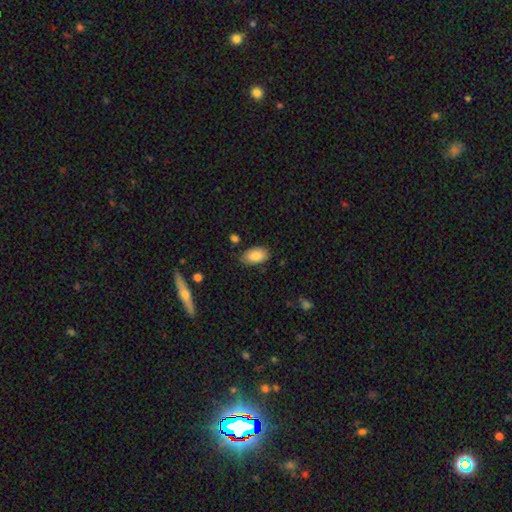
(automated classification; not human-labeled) A smooth galaxy with no disk features (85%) that is in between round and cigar-shaped (94%).

Vote fractions:
- Smooth or featured? smooth: 85% / featured or disk: 8% / star or artifact: 7%
- How rounded? in between: 94% / round: 5% / cigar-shaped: 2%
- Merging? none: 80% / minor disturbance: 15% / major disturbance: 3% / merger: 2%